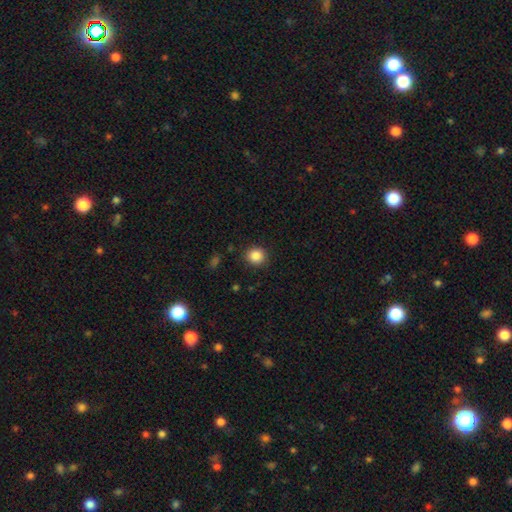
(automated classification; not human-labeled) Smooth or featured? Predicted: smooth (p=0.87). How rounded? Predicted: round (p=0.86). Merging? Predicted: none (p=0.89).